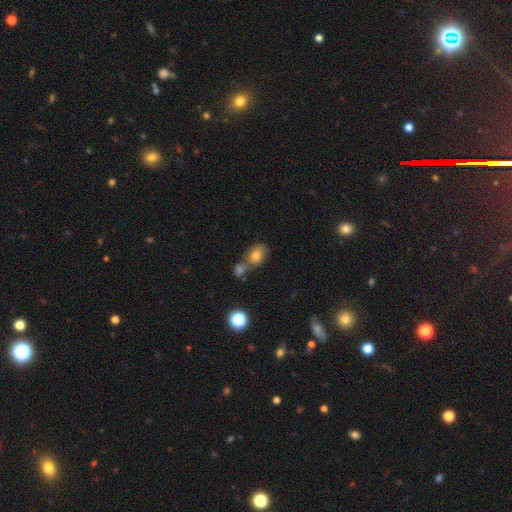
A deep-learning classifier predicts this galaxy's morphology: Q: Smooth or featured?
A: smooth (77%); runner-up: star or artifact (12%)
Q: How rounded?
A: in between (66%); runner-up: round (33%)
Q: Merging?
A: none (44%); runner-up: merger (40%)